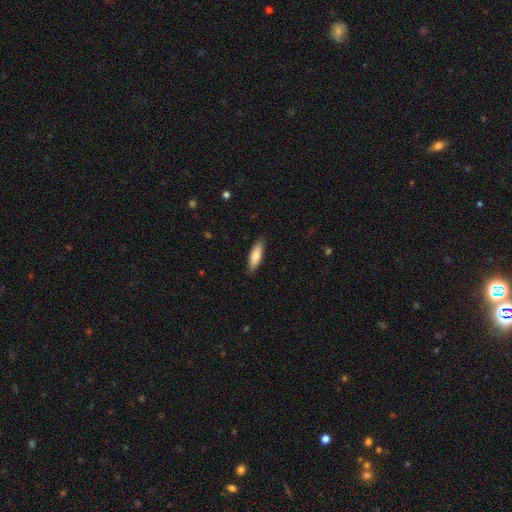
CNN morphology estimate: This is likely a smooth galaxy (76%). How rounded: possibly cigar-shaped (55%). Merging: clearly none (87%).